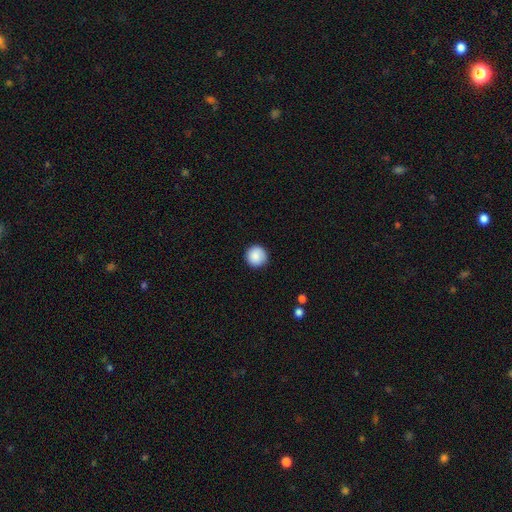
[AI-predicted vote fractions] Overall: smooth (88%). How rounded: round (96%). Merging: none (90%).